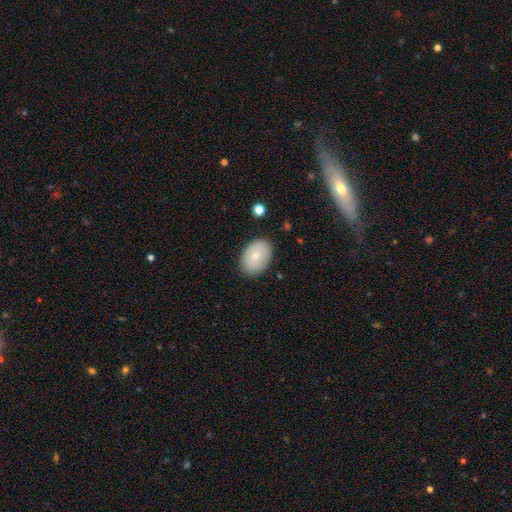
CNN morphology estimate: Q: Smooth or featured?
A: smooth (76%); runner-up: featured or disk (17%)
Q: How rounded?
A: in between (81%); runner-up: round (18%)
Q: Merging?
A: none (85%); runner-up: minor disturbance (12%)